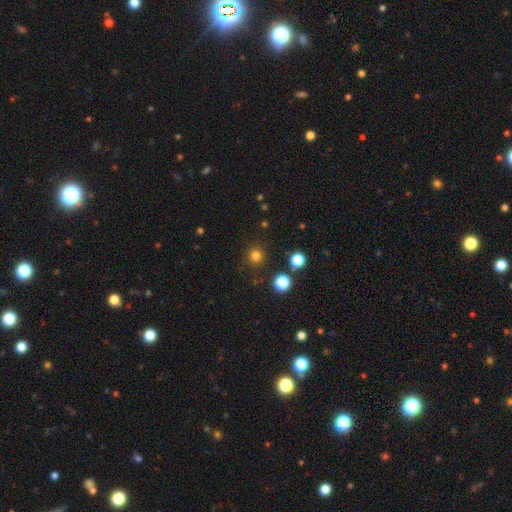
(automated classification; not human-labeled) This appears to be a smooth galaxy with no disk features (80%) that is round (94%). Merging: none (89%).